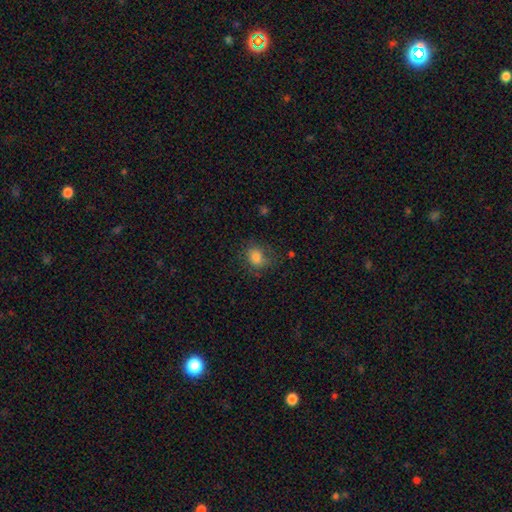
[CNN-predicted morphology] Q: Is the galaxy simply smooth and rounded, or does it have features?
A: smooth — 76%.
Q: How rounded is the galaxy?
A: round — 63%.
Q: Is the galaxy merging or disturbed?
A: none — 68%.